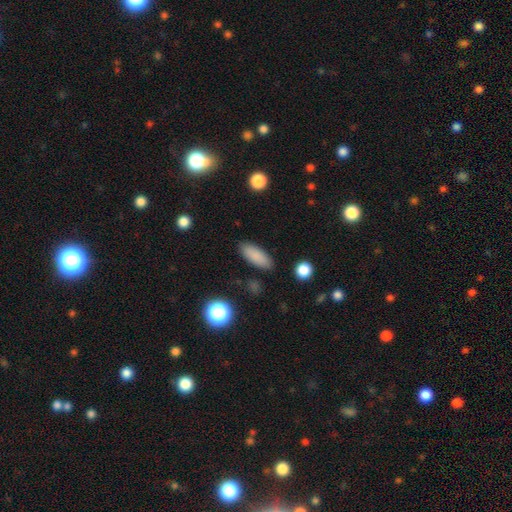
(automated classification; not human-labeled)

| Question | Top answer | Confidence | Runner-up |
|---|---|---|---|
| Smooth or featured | smooth | 86% | star or artifact (8%) |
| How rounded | in between | 70% | cigar-shaped (27%) |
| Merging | none | 87% | minor disturbance (9%) |